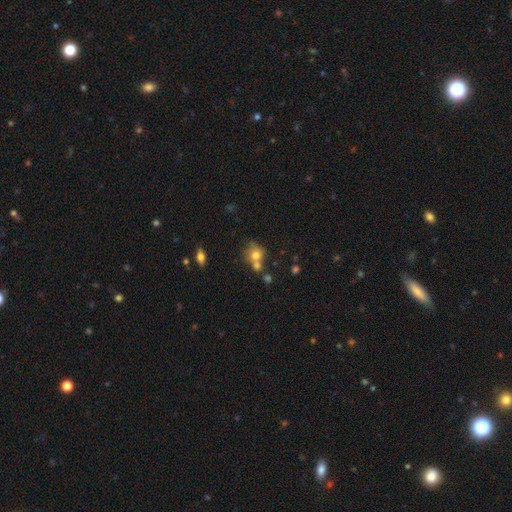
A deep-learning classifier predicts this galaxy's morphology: Smooth or featured?
  - smooth: 72% *
  - featured or disk: 16%
  - star or artifact: 12%
How rounded?
  - round: 71% *
  - in between: 28%
  - cigar-shaped: 1%
Merging?
  - merger: 44% *
  - none: 39%
  - minor disturbance: 12%
  - major disturbance: 5%